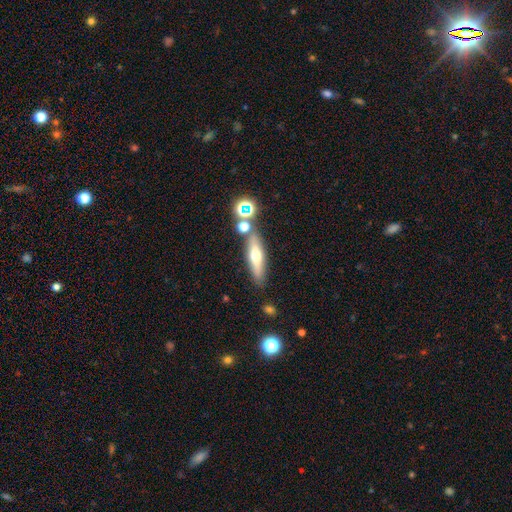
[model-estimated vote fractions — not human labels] Smooth or featured: featured or disk — 45% (tied with smooth — 45%)
Merging: none — 77% (minor disturbance — 10%)